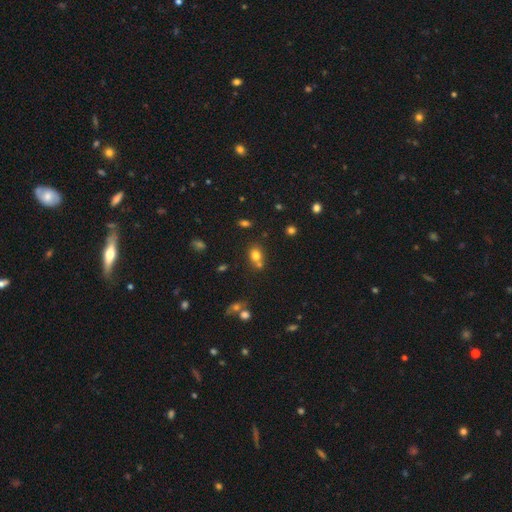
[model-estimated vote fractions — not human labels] This is likely a smooth galaxy (74%). How rounded: possibly round (55%). Merging: possibly none (50%).